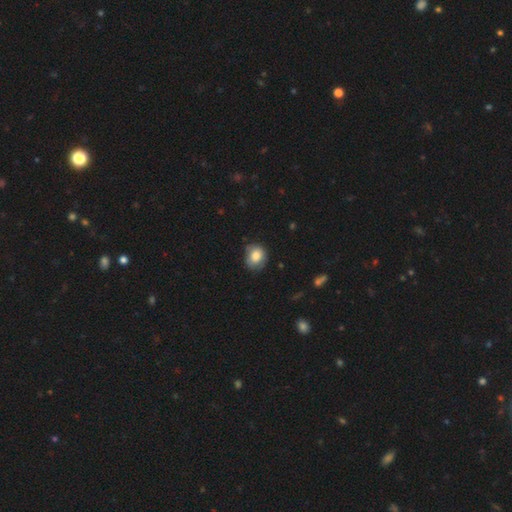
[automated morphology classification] Q: Smooth or featured?
A: smooth (80%); runner-up: featured or disk (12%)
Q: How rounded?
A: round (67%); runner-up: in between (32%)
Q: Merging?
A: none (69%); runner-up: minor disturbance (24%)